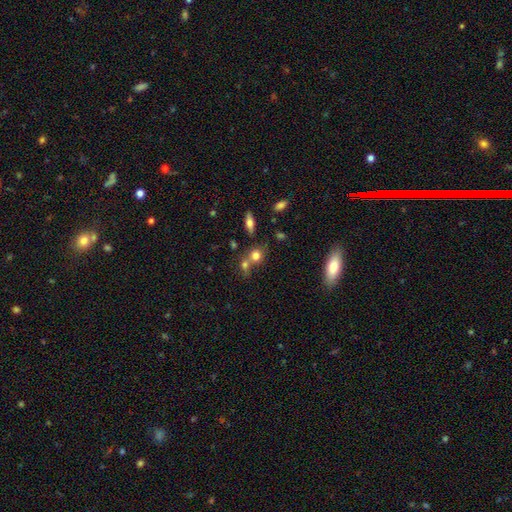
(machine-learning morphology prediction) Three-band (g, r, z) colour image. It shows a smooth galaxy with no disk features (74%) that is round (76%). Merging: none (45%).